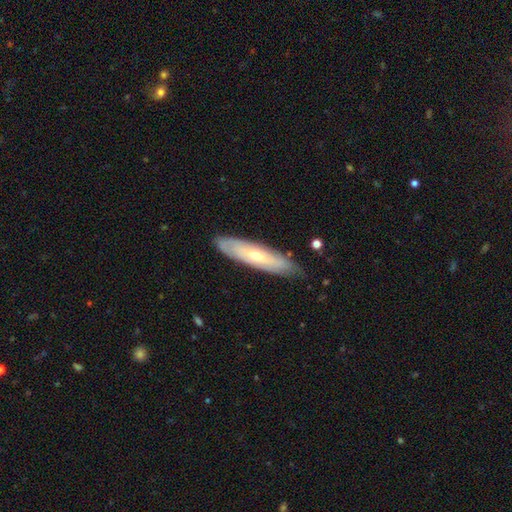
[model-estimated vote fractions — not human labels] smooth_or_featured: featured or disk (p=0.55) [alt: smooth p=0.39]
disk_edge_on: no (p=0.51) [alt: yes p=0.49]
merging: none (p=0.83) [alt: minor disturbance p=0.13]